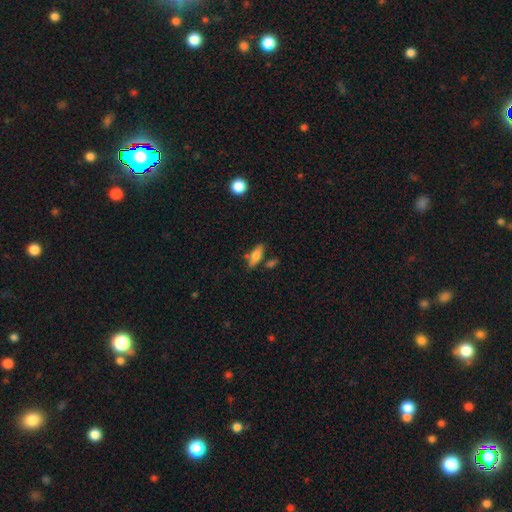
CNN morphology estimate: A smooth galaxy with no disk features (68%) that is in between round and cigar-shaped (64%).

Vote fractions:
- Smooth or featured? smooth: 68% / featured or disk: 24% / star or artifact: 8%
- How rounded? in between: 64% / cigar-shaped: 33% / round: 3%
- Merging? none: 70% / minor disturbance: 17% / merger: 9% / major disturbance: 4%